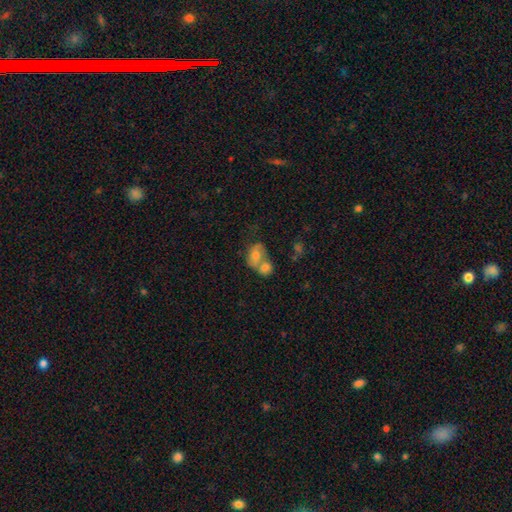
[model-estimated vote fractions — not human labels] Smooth or featured: smooth — 60% (featured or disk — 28%)
How rounded: in between — 63% (round — 35%)
Merging: merger — 62% (none — 22%)